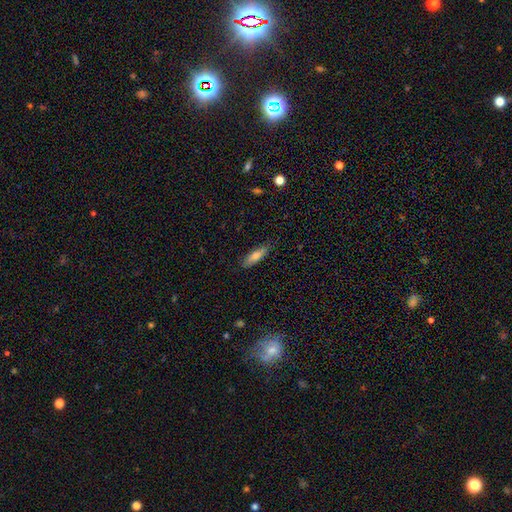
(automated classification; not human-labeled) smooth_or_featured: smooth (p=0.73) [alt: featured or disk p=0.20]
how_rounded: cigar-shaped (p=0.52) [alt: in between p=0.46]
merging: none (p=0.81) [alt: minor disturbance p=0.15]